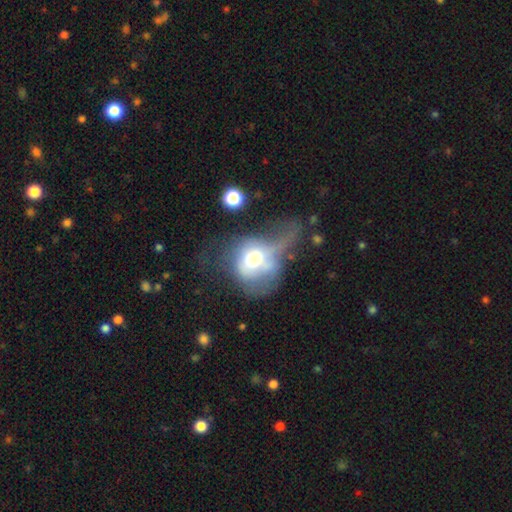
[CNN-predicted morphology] The model was most divided on "smooth or featured": smooth: 48%, featured or disk: 42%, star or artifact: 10%. More confident: merging — major disturbance (59%).